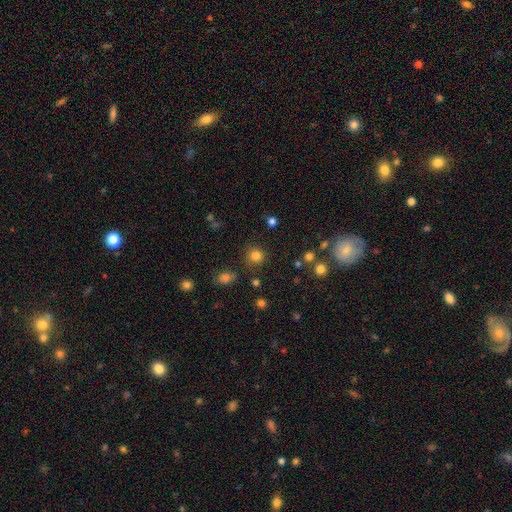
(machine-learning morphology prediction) This appears to be a smooth galaxy with no disk features (81%) that is round (91%). Merging: none (84%).